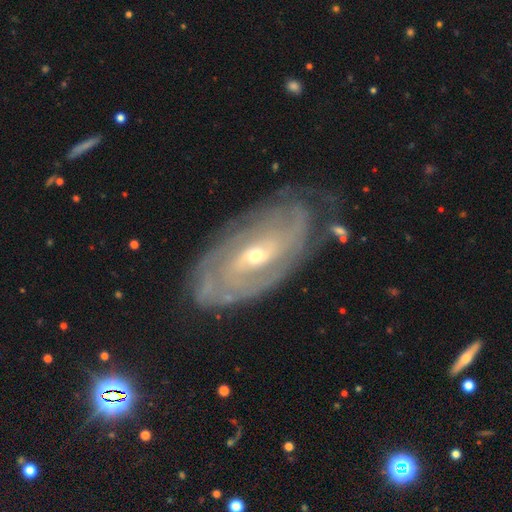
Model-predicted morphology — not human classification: smooth-or-featured: featured or disk: 84% | smooth: 10% | star or artifact: 6%
  disk-edge-on: no: 92% | yes: 8%
    bar: weak: 41% | no: 40% | strong: 19%
    has-spiral-arms: yes: 91% | no: 9%
      spiral-winding: tight: 74% | medium: 20% | loose: 6%
      spiral-arm-count: can't tell: 45% | 2: 23% | 3: 12% | 4: 9% | more than 4: 6% | 1: 5%
    bulge-size: small: 58% | moderate: 39% | large: 1% | none: 1% | dominant: 1%
  merging: none: 76% | minor disturbance: 17% | major disturbance: 5% | merger: 2%